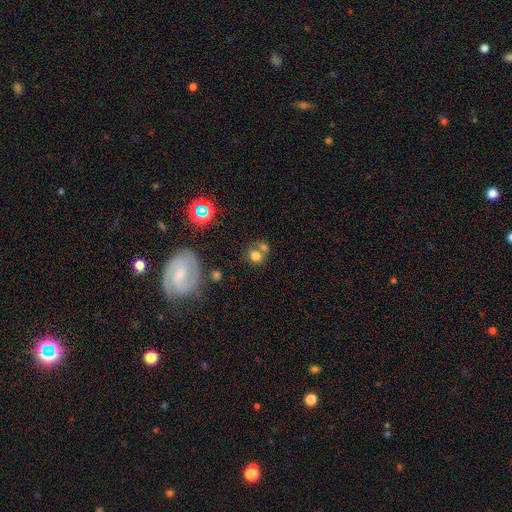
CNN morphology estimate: This is likely a smooth galaxy (71%). How rounded: likely round (66%). Merging: marginally none (45%).